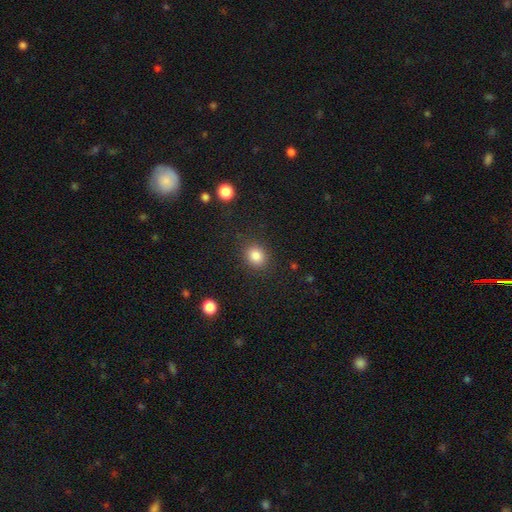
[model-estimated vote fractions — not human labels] Smooth or featured? smooth (85%)
How rounded? round (68%)
Merging? none (86%)